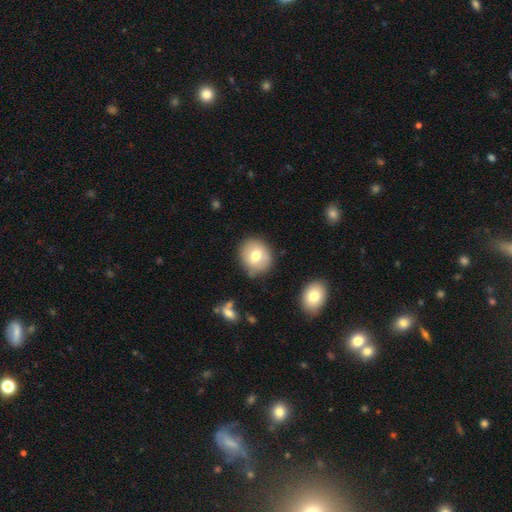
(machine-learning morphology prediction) This is likely a smooth galaxy (72%). How rounded: likely round (78%). Merging: clearly none (81%).